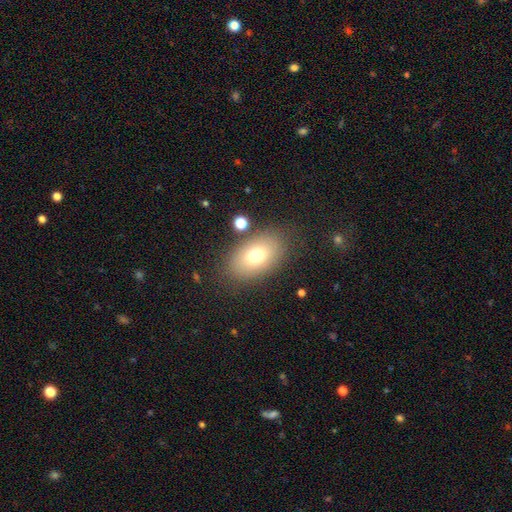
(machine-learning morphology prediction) smooth_or_featured: smooth (p=0.73) [alt: featured or disk p=0.17]
how_rounded: in between (p=0.90) [alt: round p=0.08]
merging: none (p=0.81) [alt: minor disturbance p=0.11]